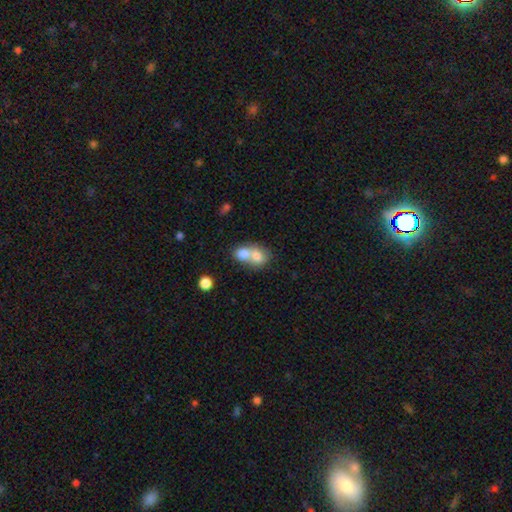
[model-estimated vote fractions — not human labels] smooth 74%, featured or disk 17%, star or artifact 9%. Down the decision tree: how rounded — in between (50%); merging — merger (73%).